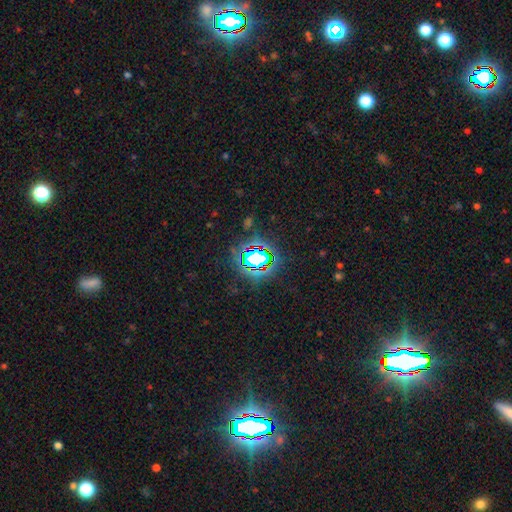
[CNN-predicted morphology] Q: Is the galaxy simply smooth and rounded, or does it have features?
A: star or artifact — 71%.